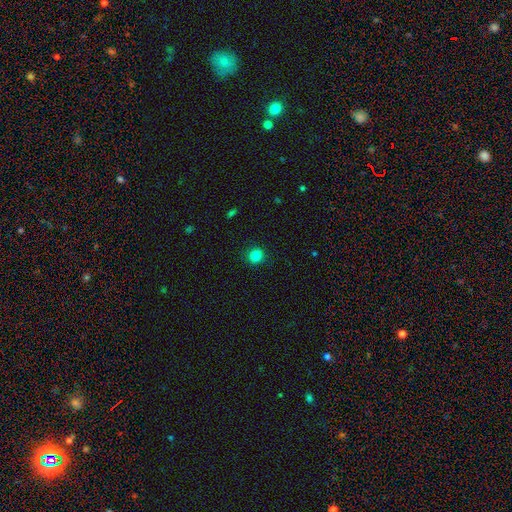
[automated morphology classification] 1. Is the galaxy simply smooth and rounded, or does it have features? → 84% smooth, 12% star or artifact, 4% featured or disk.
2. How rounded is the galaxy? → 90% round, 9% in between, 1% cigar-shaped.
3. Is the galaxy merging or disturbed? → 90% none, 7% minor disturbance, 2% major disturbance, 1% merger.